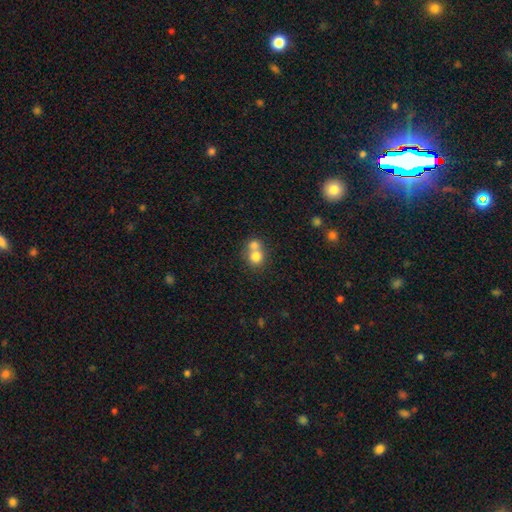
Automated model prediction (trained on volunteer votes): Smooth or featured: smooth — 76% (featured or disk — 14%)
How rounded: round — 81% (in between — 18%)
Merging: merger — 60% (none — 32%)